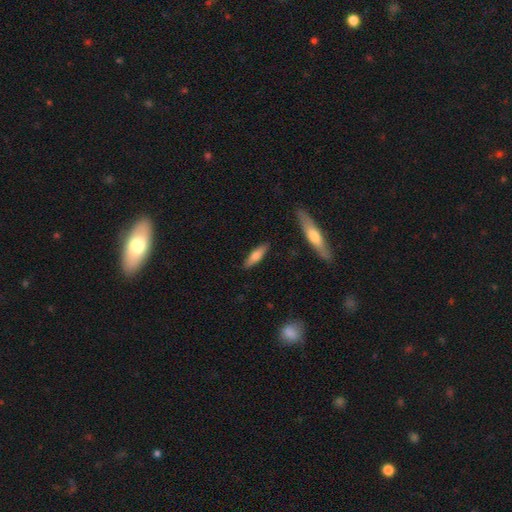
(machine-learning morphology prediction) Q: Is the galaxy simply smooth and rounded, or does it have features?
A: smooth — 64%.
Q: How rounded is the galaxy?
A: cigar-shaped — 62%.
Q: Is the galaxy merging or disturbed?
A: none — 87%.